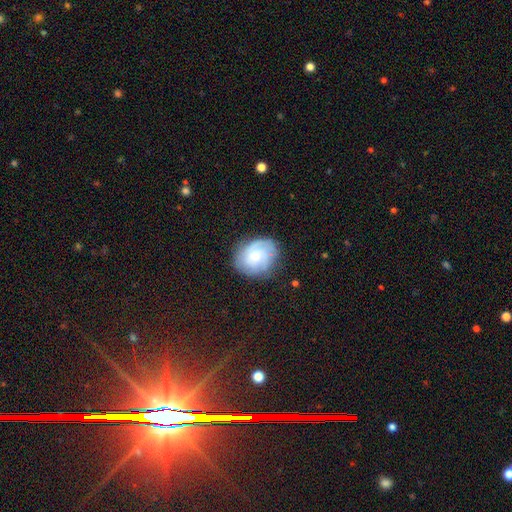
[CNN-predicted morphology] smooth-or-featured: featured or disk: 49% | smooth: 43% | star or artifact: 8%
  merging: none: 70% | minor disturbance: 21% | major disturbance: 7% | merger: 1%